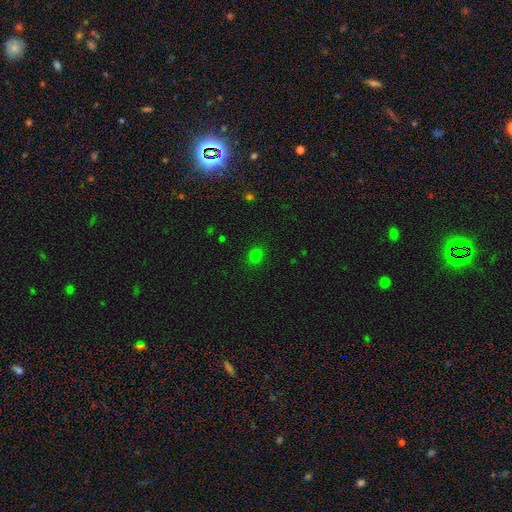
Smooth or featured?
  - smooth: 79% *
  - featured or disk: 11%
  - star or artifact: 11%
How rounded?
  - round: 57% *
  - in between: 43%
  - cigar-shaped: 0%
Merging?
  - none: 94% *
  - major disturbance: 6%
  - minor disturbance: 0%
  - merger: 0%